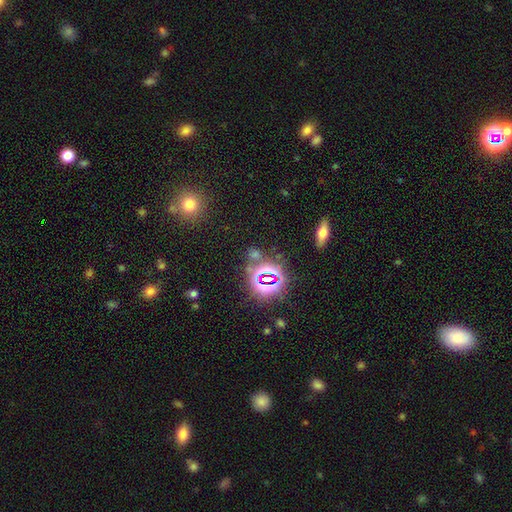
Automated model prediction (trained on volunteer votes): This appears to be a star or artifact, not a galaxy (70%).